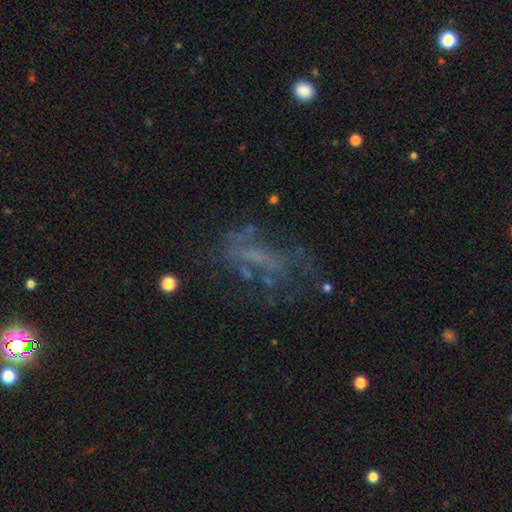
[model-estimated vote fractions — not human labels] A featured or disk galaxy (49%). Merging: none (46%).